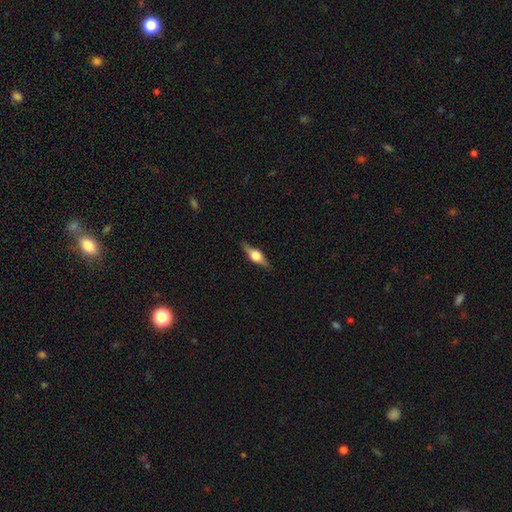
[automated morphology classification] This is likely a featured or disk galaxy (66%). It is clearly viewed edge-on (96%). Edge-on bulge: clearly rounded (94%). Merging: clearly none (87%).